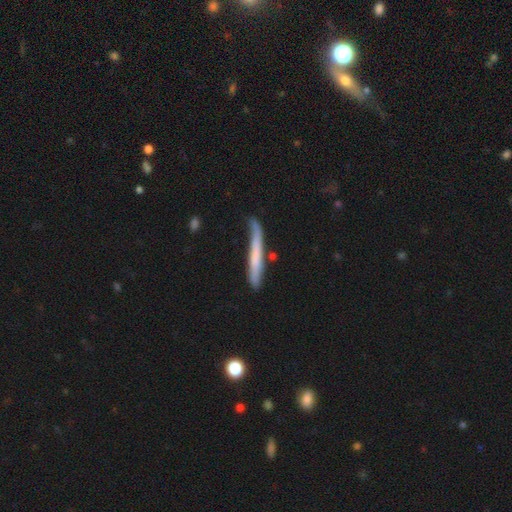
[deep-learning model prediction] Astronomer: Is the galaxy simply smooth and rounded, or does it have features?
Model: smooth — 60%.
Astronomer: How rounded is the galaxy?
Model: cigar-shaped — 96%.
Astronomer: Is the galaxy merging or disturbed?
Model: none — 59%.